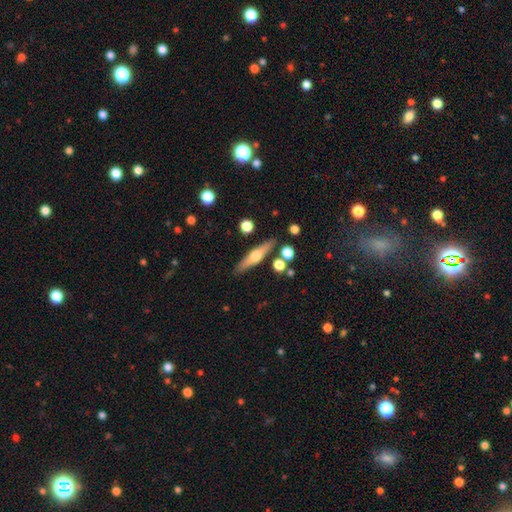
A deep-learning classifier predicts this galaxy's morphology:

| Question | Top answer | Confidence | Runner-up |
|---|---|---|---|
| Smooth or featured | featured or disk | 58% | smooth (36%) |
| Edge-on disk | yes | 94% | no (6%) |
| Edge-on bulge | rounded | 93% | none (4%) |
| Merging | none | 83% | minor disturbance (9%) |